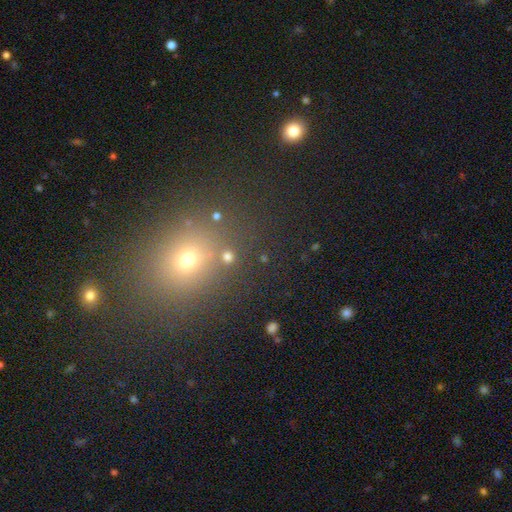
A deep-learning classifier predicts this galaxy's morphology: A smooth galaxy with no disk features (53%) that is round (57%). Merging: none (84%).